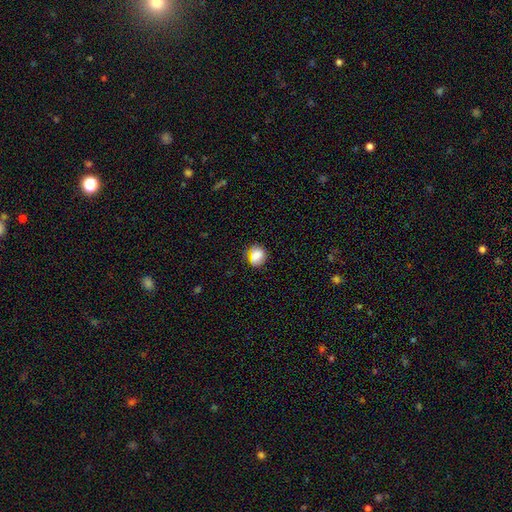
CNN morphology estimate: Smooth or featured? Predicted: smooth (p=0.79). How rounded? Predicted: round (p=0.70). Merging? Predicted: none (p=0.73).